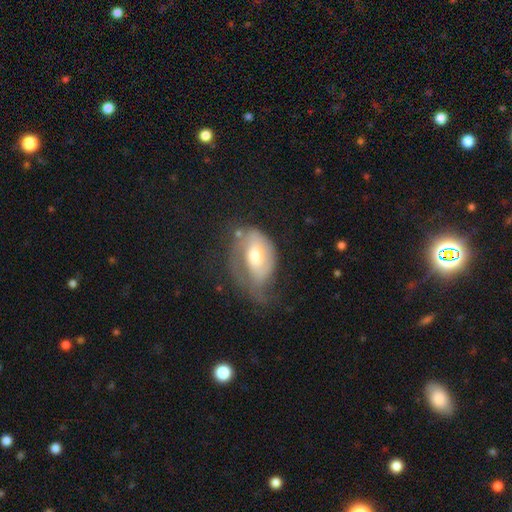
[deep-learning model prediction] featured or disk 55%, smooth 38%, star or artifact 7%. Down the decision tree: edge-on disk — no (94%); bar — no (53%); spiral arms — yes (67%); bulge size — moderate (65%); merging — major disturbance (40%).